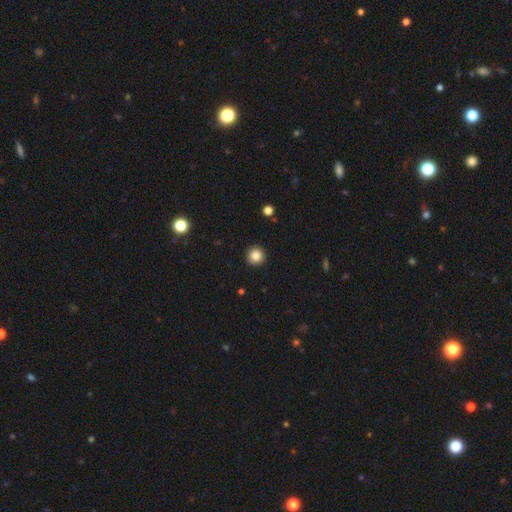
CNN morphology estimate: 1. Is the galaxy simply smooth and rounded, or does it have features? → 84% smooth, 10% star or artifact, 6% featured or disk.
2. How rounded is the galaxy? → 95% round, 4% in between, 1% cigar-shaped.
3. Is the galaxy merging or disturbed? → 93% none, 5% minor disturbance, 2% major disturbance, 1% merger.